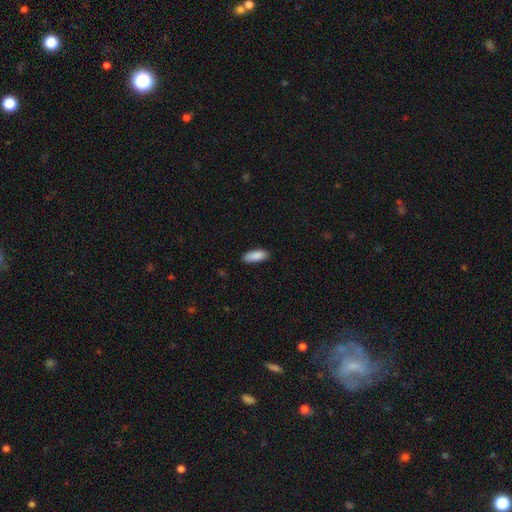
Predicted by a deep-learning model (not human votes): Smooth or featured? Predicted: smooth (p=0.90). How rounded? Predicted: in between (p=0.74). Merging? Predicted: none (p=0.87).